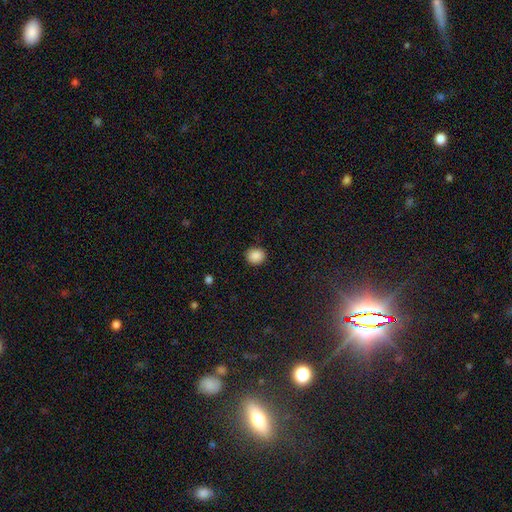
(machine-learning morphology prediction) Smooth or featured: smooth — 88% (star or artifact — 9%)
How rounded: round — 80% (in between — 19%)
Merging: none — 90% (minor disturbance — 7%)